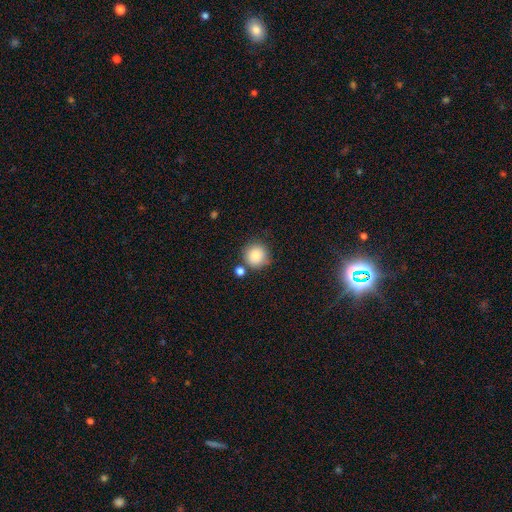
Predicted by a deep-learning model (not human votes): Q: Smooth or featured?
A: smooth (86%); runner-up: star or artifact (9%)
Q: How rounded?
A: round (93%); runner-up: in between (6%)
Q: Merging?
A: none (76%); runner-up: minor disturbance (12%)